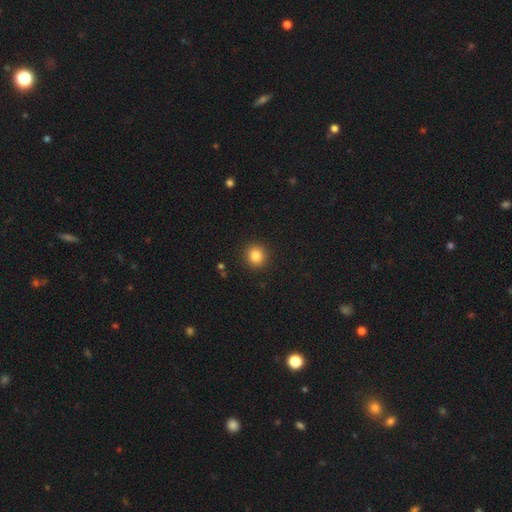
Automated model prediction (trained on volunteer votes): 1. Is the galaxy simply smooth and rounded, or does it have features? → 85% smooth, 10% star or artifact, 4% featured or disk.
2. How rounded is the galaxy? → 90% round, 9% in between, 1% cigar-shaped.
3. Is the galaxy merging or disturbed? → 91% none, 6% minor disturbance, 2% major disturbance, 1% merger.